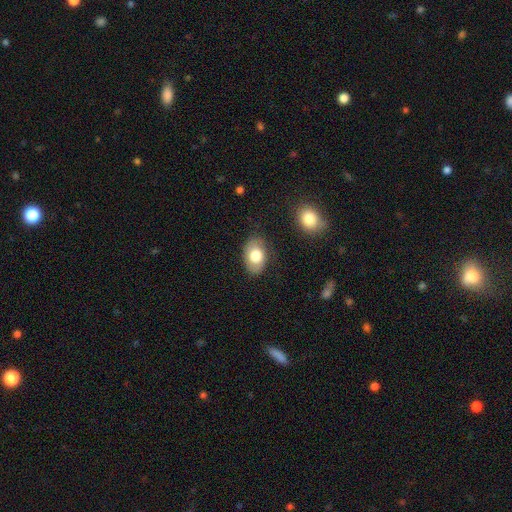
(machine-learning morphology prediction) This is likely a smooth galaxy (71%). How rounded: clearly in between (88%). Merging: likely none (79%).